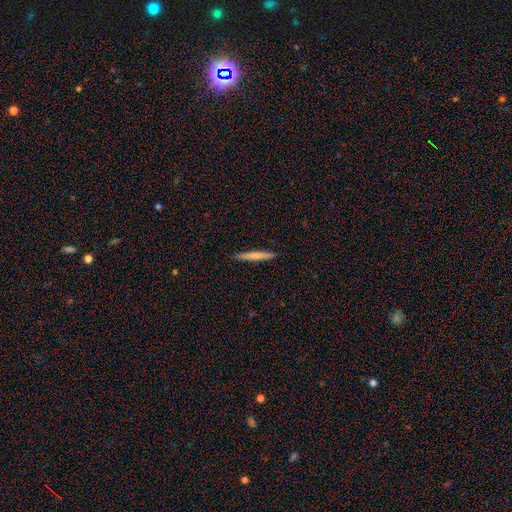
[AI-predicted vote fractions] This is likely a smooth galaxy (71%). How rounded: clearly cigar-shaped (95%). Merging: clearly none (90%).